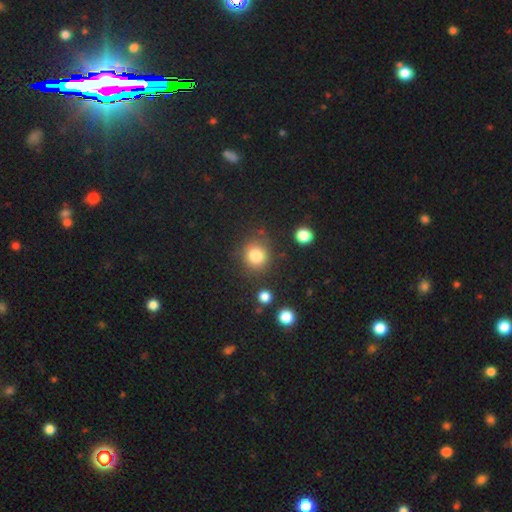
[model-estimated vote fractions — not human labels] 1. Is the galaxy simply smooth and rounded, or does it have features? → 82% smooth, 12% star or artifact, 6% featured or disk.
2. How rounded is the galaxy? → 89% round, 10% in between, 1% cigar-shaped.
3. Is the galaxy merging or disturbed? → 83% none, 9% minor disturbance, 4% merger, 4% major disturbance.